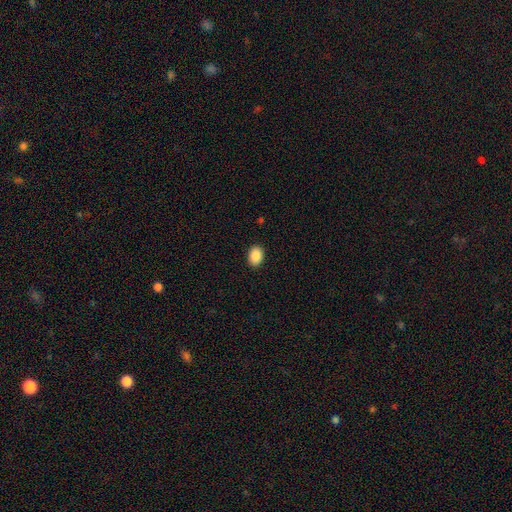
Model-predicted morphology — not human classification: smooth_or_featured: smooth (p=0.89) [alt: star or artifact p=0.08]
how_rounded: in between (p=0.75) [alt: round p=0.24]
merging: none (p=0.90) [alt: minor disturbance p=0.07]